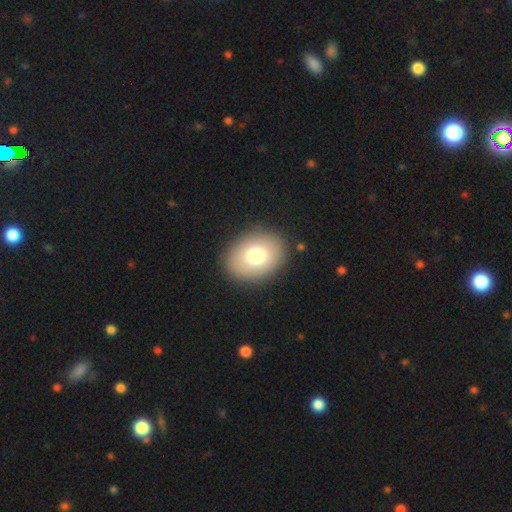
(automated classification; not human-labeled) smooth-or-featured: smooth: 75% | featured or disk: 14% | star or artifact: 10%
  how-rounded: in between: 64% | round: 35% | cigar-shaped: 1%
  merging: none: 89% | minor disturbance: 7% | major disturbance: 3% | merger: 1%